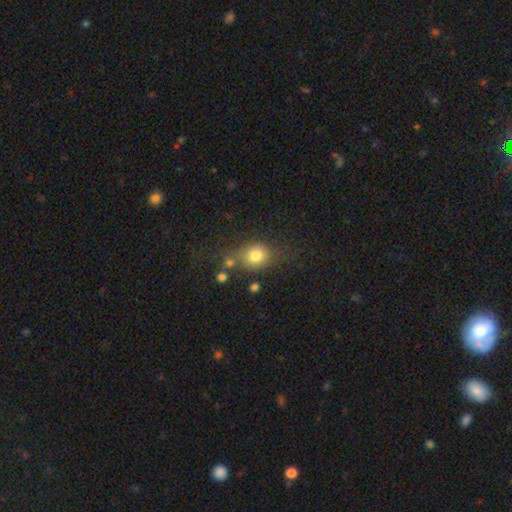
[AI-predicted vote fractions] smooth-or-featured: smooth: 79% | star or artifact: 11% | featured or disk: 10%
  how-rounded: round: 64% | in between: 35% | cigar-shaped: 1%
  merging: none: 61% | minor disturbance: 18% | merger: 12% | major disturbance: 9%